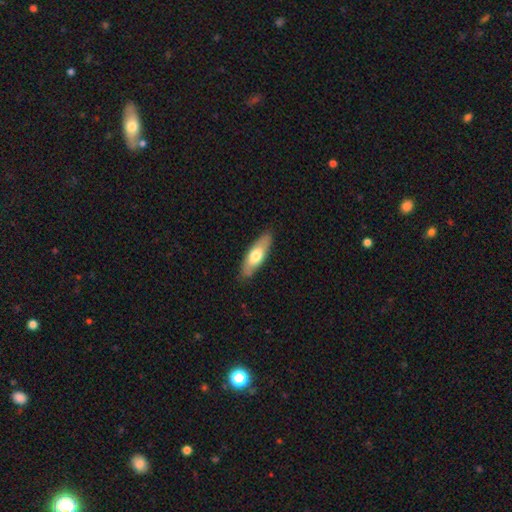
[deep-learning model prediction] smooth-or-featured: smooth: 62% | featured or disk: 33% | star or artifact: 5%
  how-rounded: in between: 60% | cigar-shaped: 38% | round: 2%
  merging: none: 84% | minor disturbance: 13% | major disturbance: 2% | merger: 1%